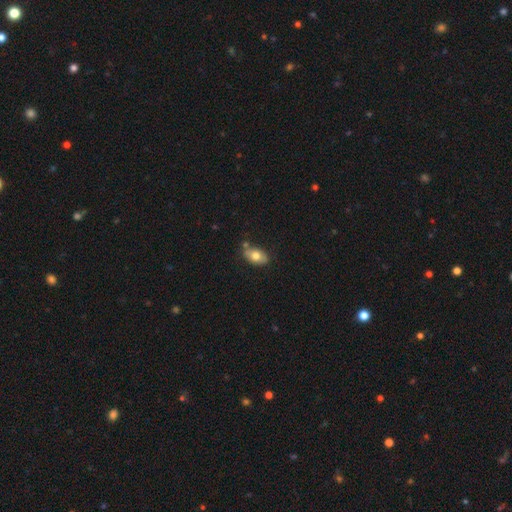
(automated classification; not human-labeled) Smooth or featured: smooth — 74% (featured or disk — 19%)
How rounded: in between — 88% (round — 10%)
Merging: none — 70% (minor disturbance — 17%)